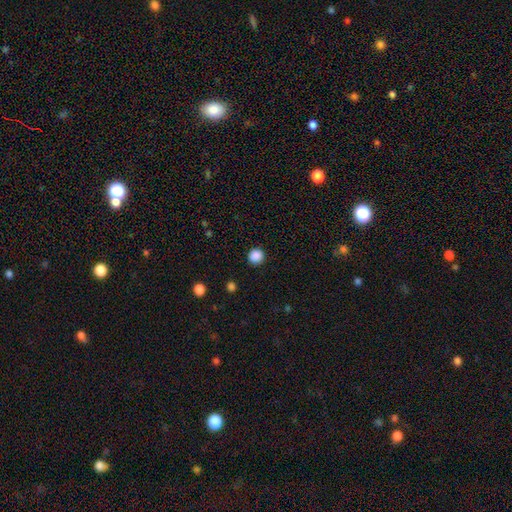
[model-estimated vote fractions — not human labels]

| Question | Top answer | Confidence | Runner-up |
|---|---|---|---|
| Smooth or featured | smooth | 87% | star or artifact (11%) |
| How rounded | round | 93% | in between (6%) |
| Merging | none | 91% | minor disturbance (6%) |